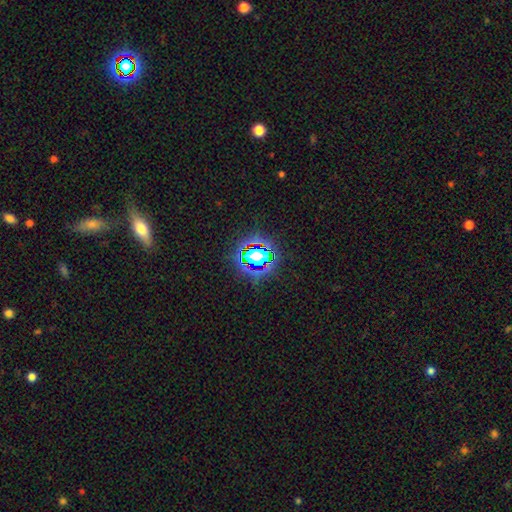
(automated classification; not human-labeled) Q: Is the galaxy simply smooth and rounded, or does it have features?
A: star or artifact — 65%.